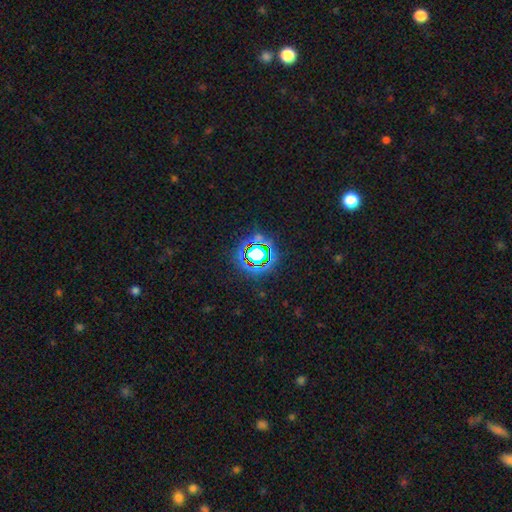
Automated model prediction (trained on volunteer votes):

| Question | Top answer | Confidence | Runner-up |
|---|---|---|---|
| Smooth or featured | star or artifact | 67% | smooth (21%) |